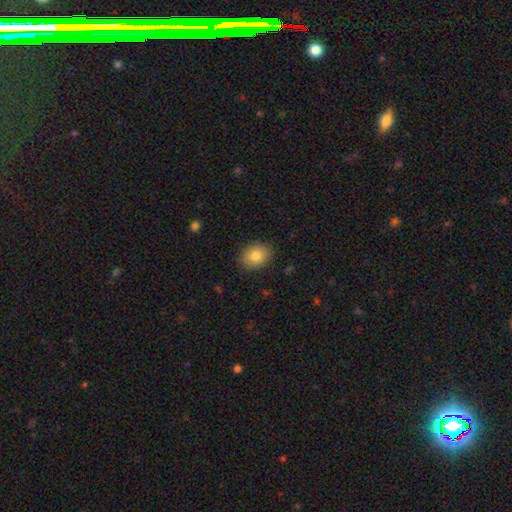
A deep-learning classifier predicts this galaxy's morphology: The model was most divided on "how rounded": in between: 50%, round: 49%, cigar-shaped: 1%. More confident: merging — none (87%); smooth or featured — smooth (81%).